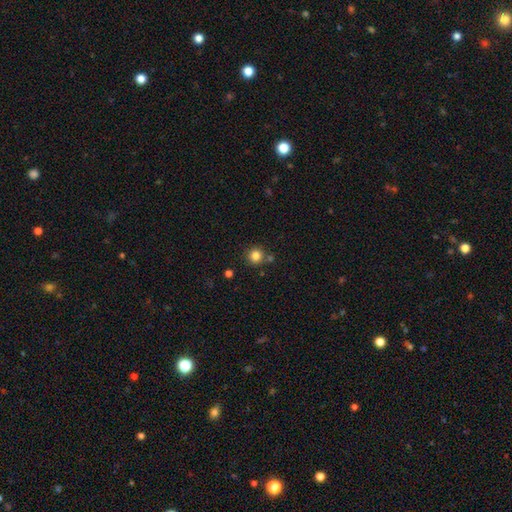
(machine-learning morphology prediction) Smooth or featured?
  - smooth: 83% *
  - star or artifact: 12%
  - featured or disk: 5%
How rounded?
  - round: 93% *
  - in between: 6%
  - cigar-shaped: 1%
Merging?
  - none: 79% *
  - merger: 10%
  - minor disturbance: 9%
  - major disturbance: 3%